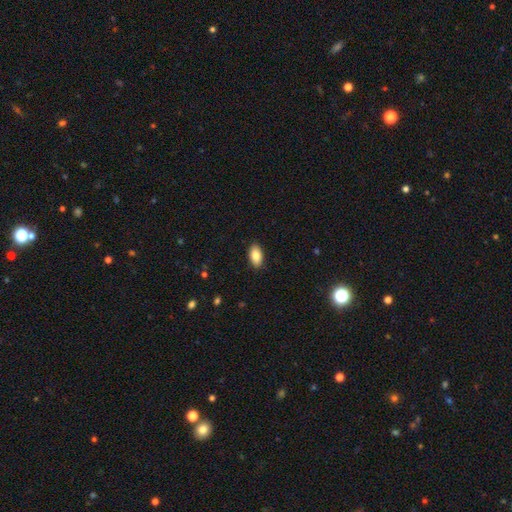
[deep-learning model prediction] This is clearly a smooth galaxy (86%). How rounded: clearly in between (93%). Merging: clearly none (89%).